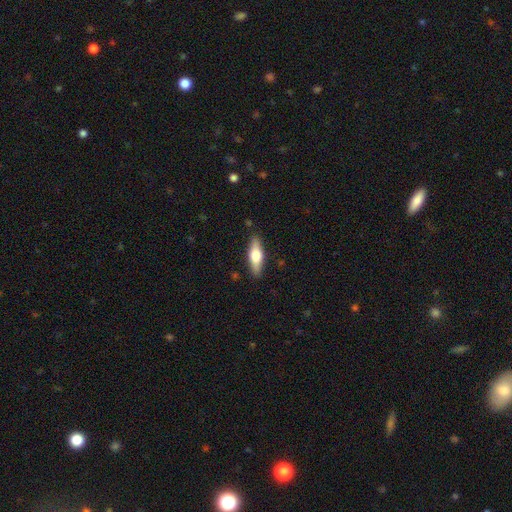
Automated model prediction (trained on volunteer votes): Overall: smooth (52%; featured or disk 42%). How rounded: in between (51%; cigar-shaped 46%). Merging: none (87%).